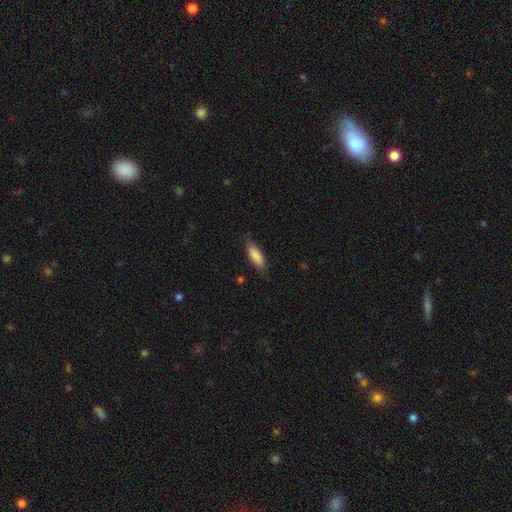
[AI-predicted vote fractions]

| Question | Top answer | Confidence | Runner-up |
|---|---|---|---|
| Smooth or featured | smooth | 85% | featured or disk (9%) |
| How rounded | in between | 56% | cigar-shaped (42%) |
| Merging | none | 80% | minor disturbance (16%) |